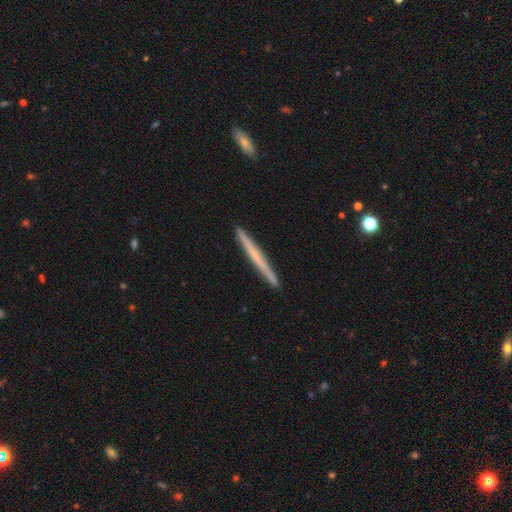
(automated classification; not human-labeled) featured or disk 51%, smooth 43%, star or artifact 6%. Down the decision tree: edge-on disk — yes (98%); merging — none (92%).